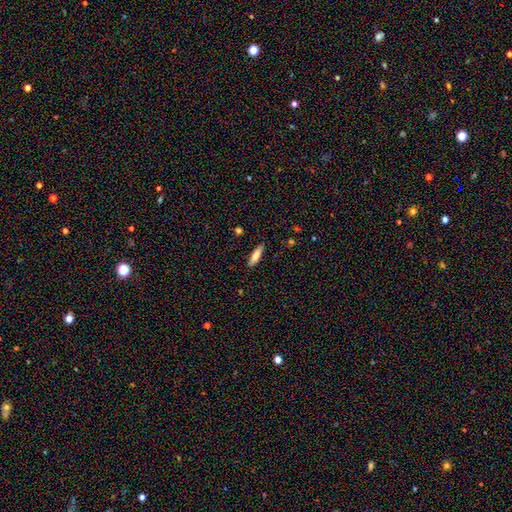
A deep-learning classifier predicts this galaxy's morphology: smooth-or-featured: smooth: 74% | featured or disk: 20% | star or artifact: 6%
  how-rounded: cigar-shaped: 63% | in between: 35% | round: 2%
  merging: none: 87% | minor disturbance: 9% | major disturbance: 2% | merger: 1%